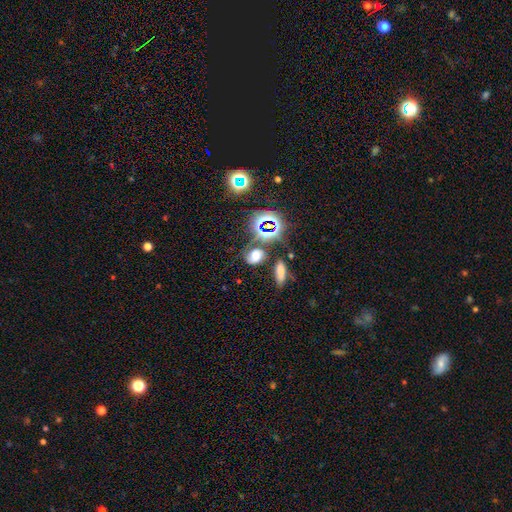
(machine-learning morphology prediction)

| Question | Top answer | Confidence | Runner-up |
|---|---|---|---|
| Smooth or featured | smooth | 50% | star or artifact (34%) |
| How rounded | in between | 60% | round (36%) |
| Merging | none | 55% | merger (18%) |